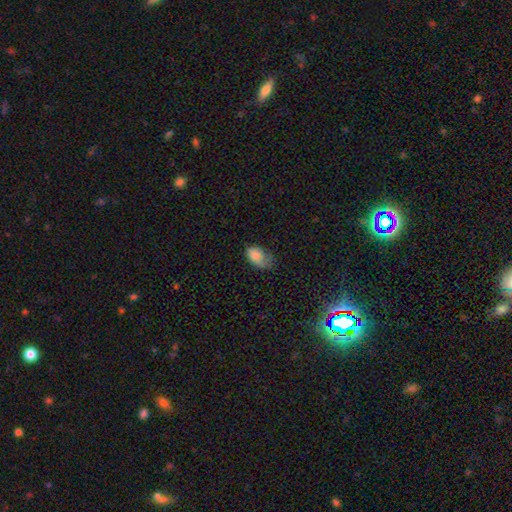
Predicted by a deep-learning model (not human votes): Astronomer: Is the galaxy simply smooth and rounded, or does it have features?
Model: smooth — 79%.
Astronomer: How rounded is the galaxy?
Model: in between — 90%.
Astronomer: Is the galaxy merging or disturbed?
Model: minor disturbance — 39% (runner-up: none, 35%).